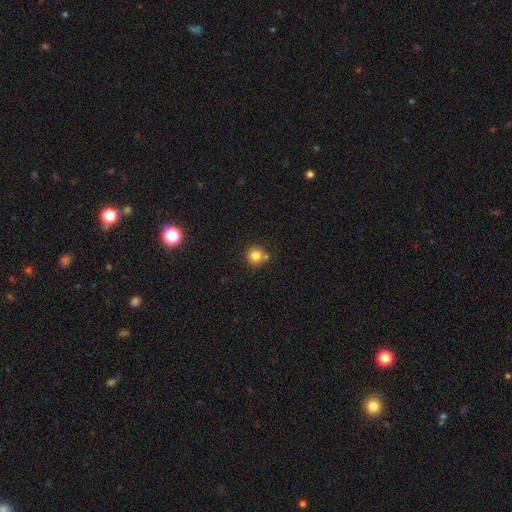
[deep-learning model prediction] A smooth galaxy with no disk features (81%) that is round (93%).

Vote fractions:
- Smooth or featured? smooth: 81% / star or artifact: 11% / featured or disk: 7%
- How rounded? round: 93% / in between: 6% / cigar-shaped: 1%
- Merging? none: 71% / merger: 16% / minor disturbance: 11% / major disturbance: 3%